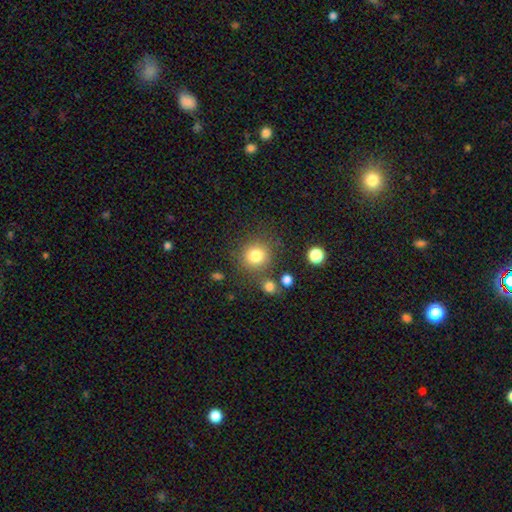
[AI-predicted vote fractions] smooth-or-featured: smooth: 81% | star or artifact: 12% | featured or disk: 7%
  how-rounded: round: 90% | in between: 9% | cigar-shaped: 1%
  merging: none: 77% | minor disturbance: 10% | merger: 8% | major disturbance: 5%